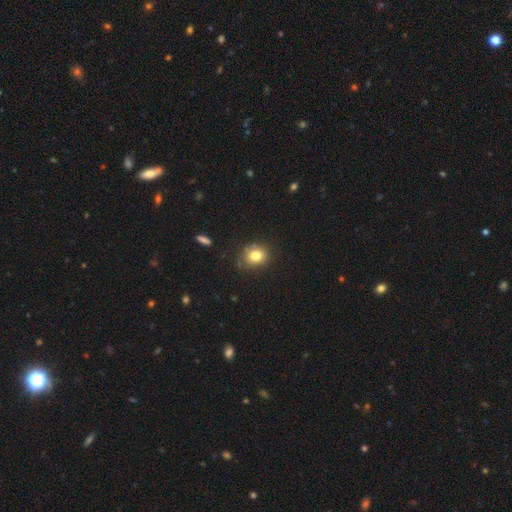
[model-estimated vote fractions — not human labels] Overall: smooth (79%). How rounded: round (66%; in between 34%). Merging: none (79%).